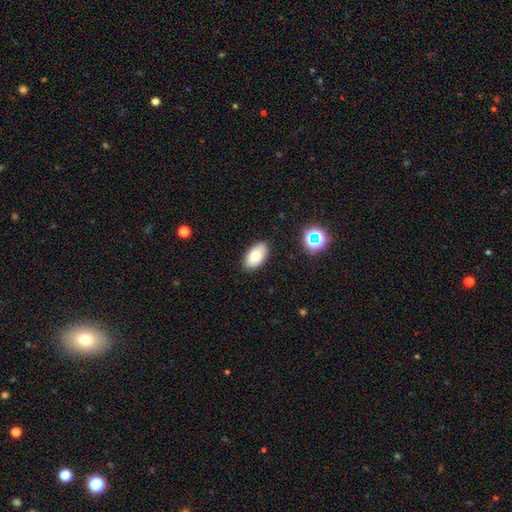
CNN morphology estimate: A smooth galaxy with no disk features (79%) that is in between round and cigar-shaped (94%). Merging: none (86%).